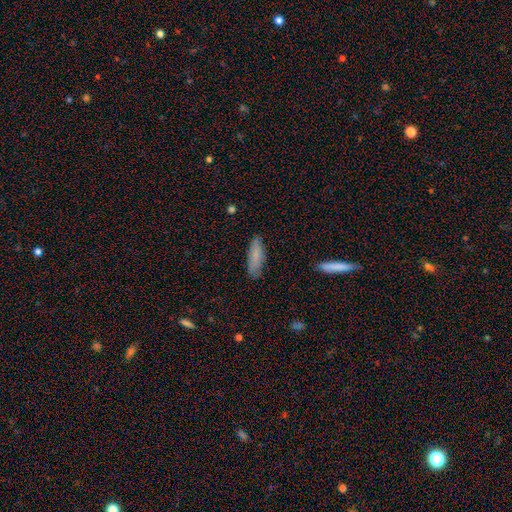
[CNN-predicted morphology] Smooth or featured? Predicted: smooth (p=0.78). How rounded? Predicted: in between (p=0.52). Merging? Predicted: none (p=0.78).